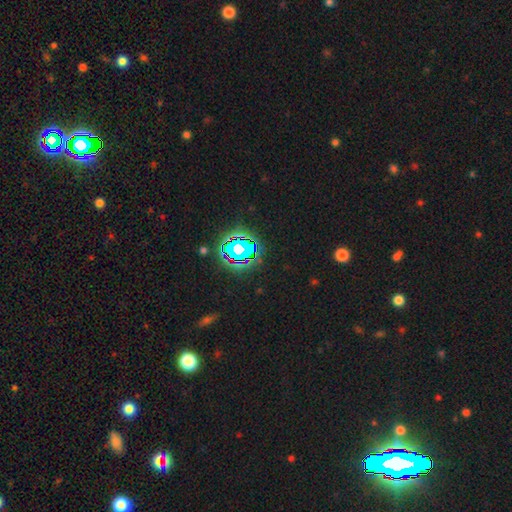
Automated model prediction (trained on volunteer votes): smooth-or-featured: star or artifact: 82% | smooth: 11% | featured or disk: 7%